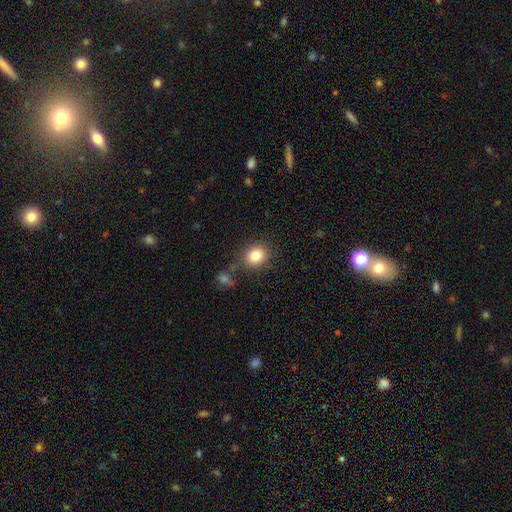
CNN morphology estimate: A smooth galaxy with no disk features (83%) that is round (71%). Merging: none (75%).